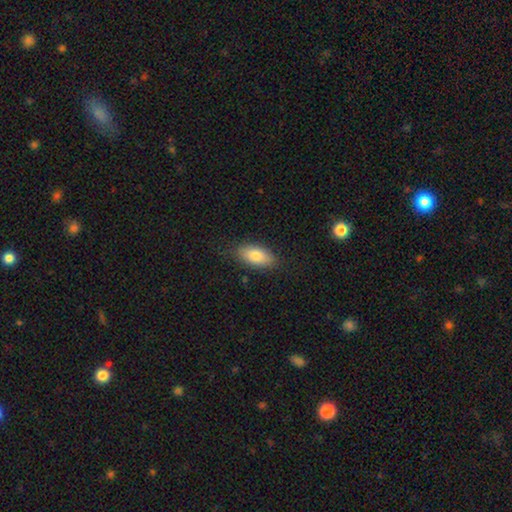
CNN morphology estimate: Smooth or featured? Predicted: smooth (p=0.79). How rounded? Predicted: in between (p=0.88). Merging? Predicted: none (p=0.84).